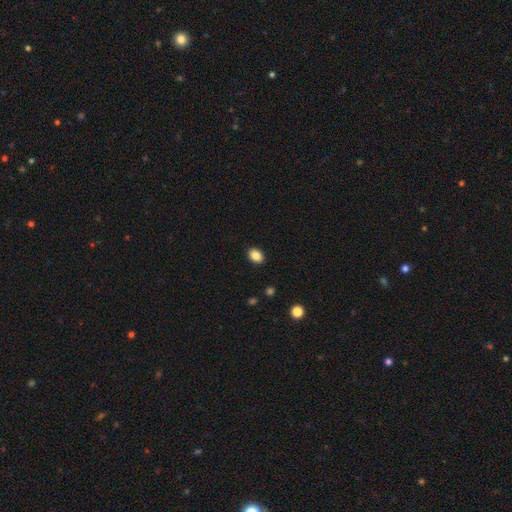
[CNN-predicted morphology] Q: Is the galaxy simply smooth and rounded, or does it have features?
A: smooth — 87%.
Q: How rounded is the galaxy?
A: in between — 74%.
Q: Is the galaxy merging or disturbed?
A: none — 90%.